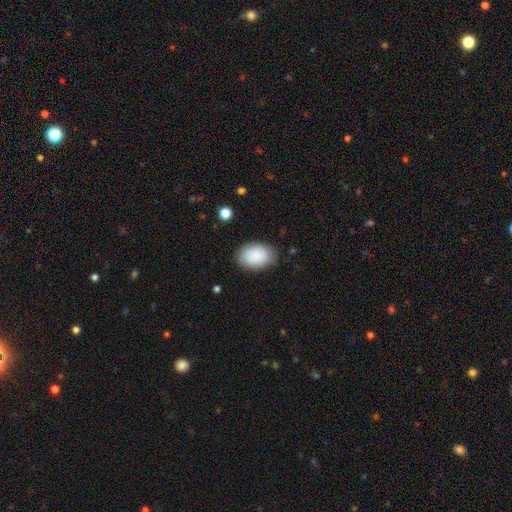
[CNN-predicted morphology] A smooth galaxy with no disk features (88%) that is in between round and cigar-shaped (85%).

Vote fractions:
- Smooth or featured? smooth: 88% / star or artifact: 6% / featured or disk: 6%
- How rounded? in between: 85% / round: 14% / cigar-shaped: 1%
- Merging? none: 84% / minor disturbance: 12% / major disturbance: 3% / merger: 1%